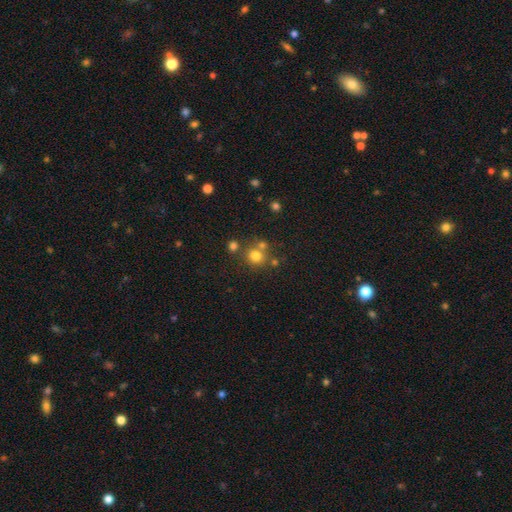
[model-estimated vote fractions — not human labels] smooth-or-featured: smooth: 76% | star or artifact: 16% | featured or disk: 8%
  how-rounded: round: 87% | in between: 12% | cigar-shaped: 1%
  merging: none: 65% | merger: 22% | minor disturbance: 9% | major disturbance: 4%